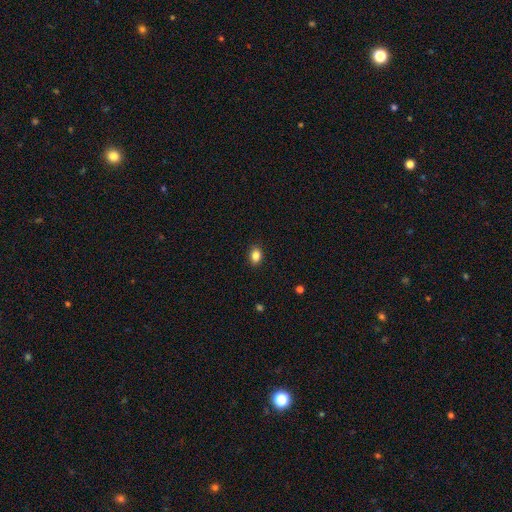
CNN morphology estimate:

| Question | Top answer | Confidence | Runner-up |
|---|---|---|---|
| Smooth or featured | smooth | 85% | star or artifact (10%) |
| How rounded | in between | 66% | round (33%) |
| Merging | none | 89% | minor disturbance (8%) |